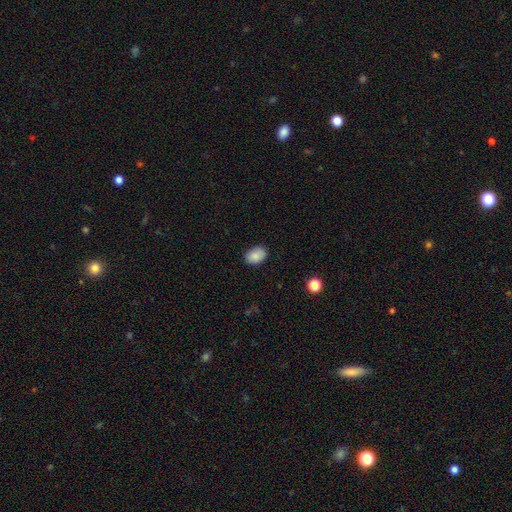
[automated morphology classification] A smooth galaxy with no disk features (86%) that is in between round and cigar-shaped (81%).

Vote fractions:
- Smooth or featured? smooth: 86% / star or artifact: 8% / featured or disk: 6%
- How rounded? in between: 81% / round: 18% / cigar-shaped: 1%
- Merging? none: 85% / minor disturbance: 12% / major disturbance: 2% / merger: 1%